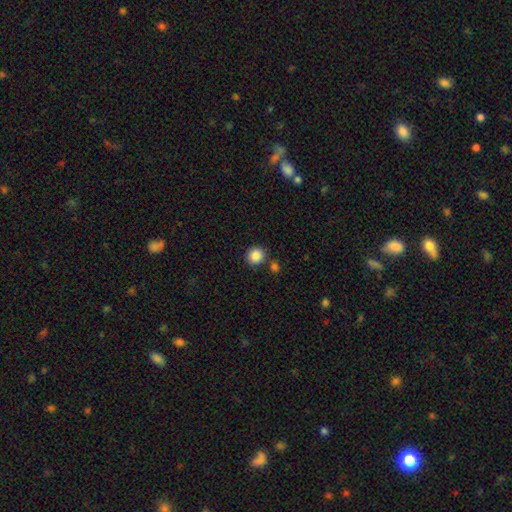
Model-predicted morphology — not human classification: A smooth galaxy with no disk features (87%) that is round (90%). Merging: none (82%).